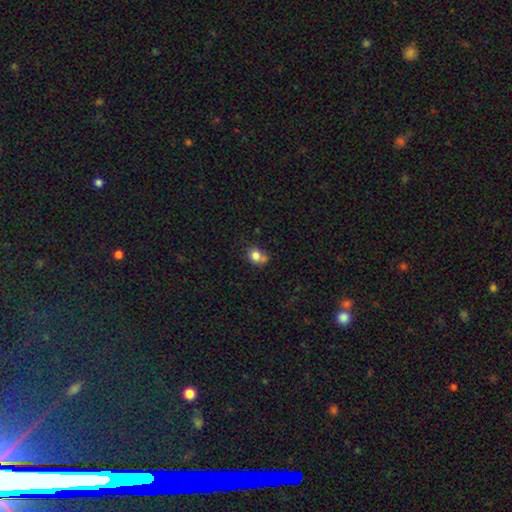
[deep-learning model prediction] smooth_or_featured: smooth (p=0.79) [alt: star or artifact p=0.11]
how_rounded: round (p=0.67) [alt: in between p=0.32]
merging: none (p=0.48) [alt: merger p=0.29]